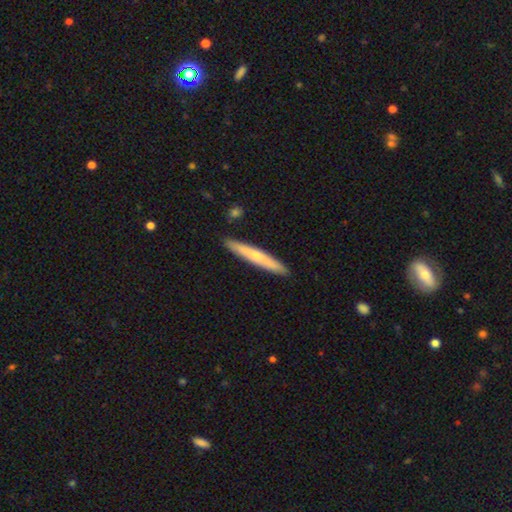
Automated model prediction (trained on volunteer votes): Morphology: type=smooth (55%); roundness=cigar-shaped (95%); merging=none (91%).